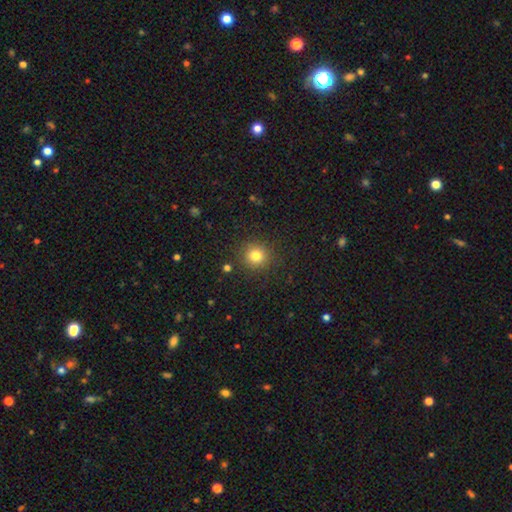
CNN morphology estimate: Smooth or featured: smooth — 80% (star or artifact — 13%)
How rounded: round — 92% (in between — 7%)
Merging: none — 89% (minor disturbance — 7%)